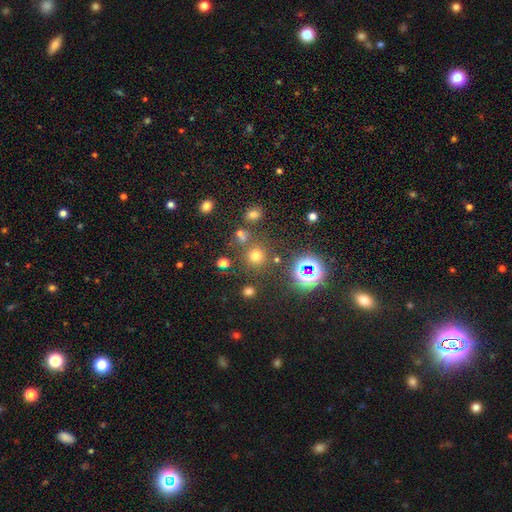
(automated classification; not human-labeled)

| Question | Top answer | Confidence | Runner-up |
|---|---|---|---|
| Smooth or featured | smooth | 63% | star or artifact (29%) |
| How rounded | round | 92% | in between (7%) |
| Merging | none | 78% | merger (9%) |